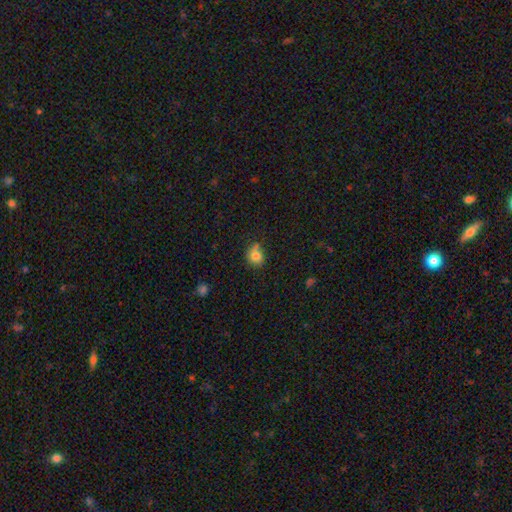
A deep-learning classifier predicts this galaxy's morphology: This is likely a smooth galaxy (79%). How rounded: likely round (69%). Merging: possibly none (58%).